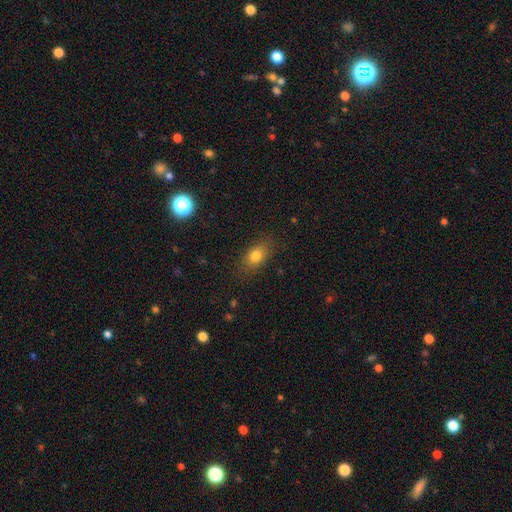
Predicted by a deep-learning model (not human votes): smooth 79%, star or artifact 10%, featured or disk 10%. Down the decision tree: how rounded — in between (79%); merging — none (82%).